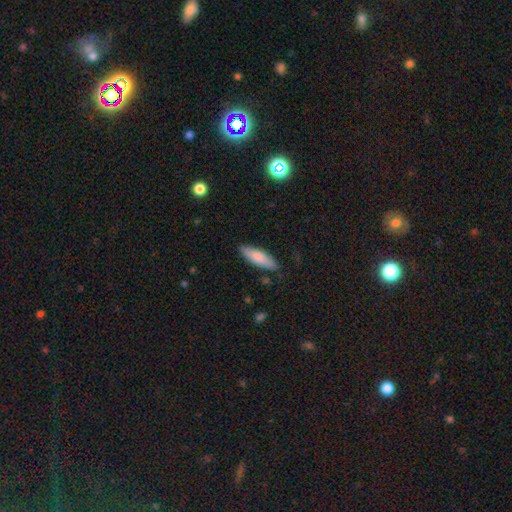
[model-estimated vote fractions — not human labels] Morphology: type=smooth (76%); roundness=cigar-shaped (57%); merging=none (85%).